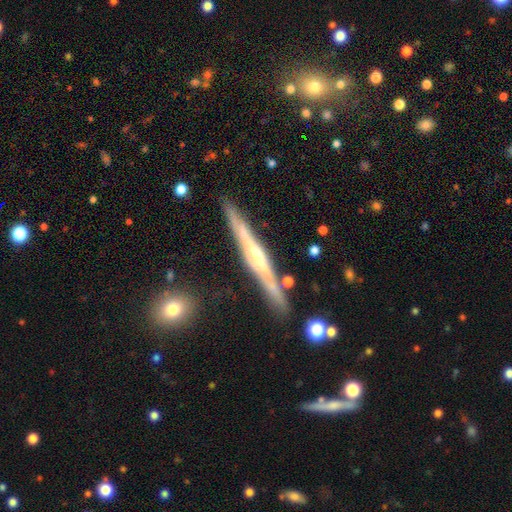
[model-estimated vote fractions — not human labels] The model was most divided on "edge-on bulge": rounded: 63%, none: 26%, boxy: 11%. More confident: edge-on disk — yes (97%); merging — none (87%); smooth or featured — featured or disk (76%).